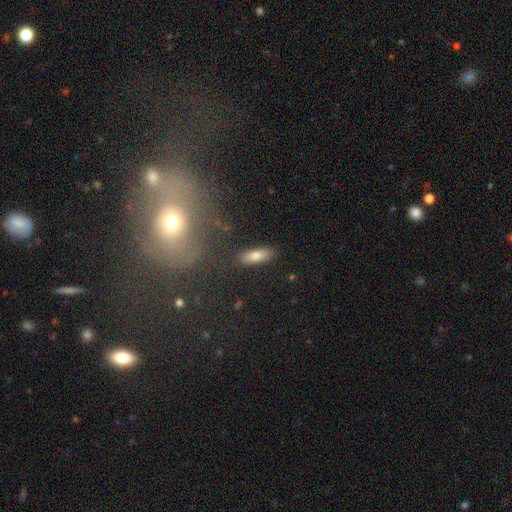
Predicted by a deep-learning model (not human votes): smooth 73%, featured or disk 17%, star or artifact 11%. Down the decision tree: how rounded — in between (63%); merging — none (85%).